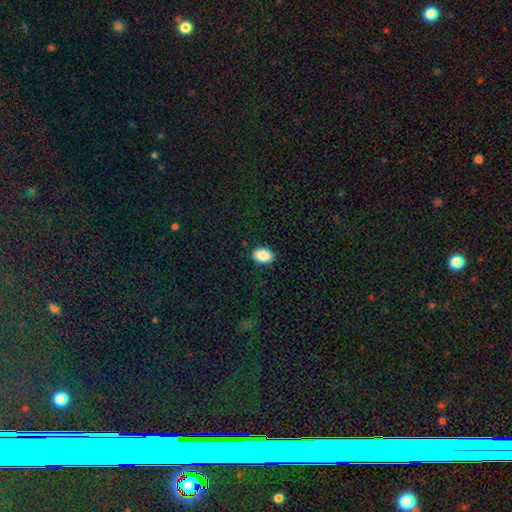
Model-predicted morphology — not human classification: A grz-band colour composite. It shows a star or artifact, not a galaxy (69%).